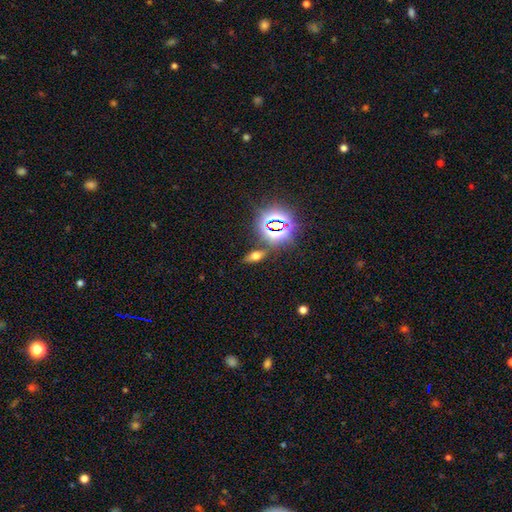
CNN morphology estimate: This appears to be a smooth galaxy with no disk features (44%). Merging: none (80%).